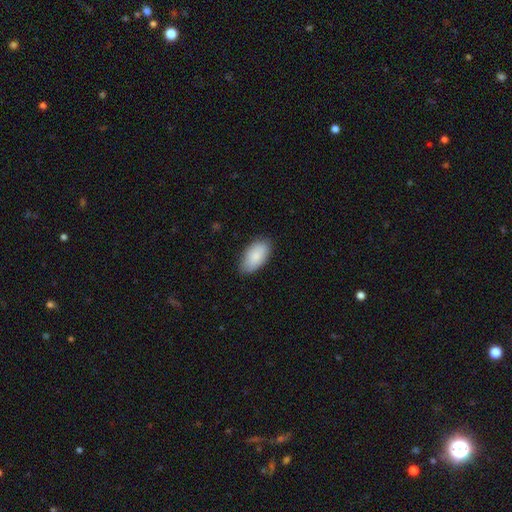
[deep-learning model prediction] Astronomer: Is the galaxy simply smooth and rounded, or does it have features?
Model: smooth — 86%.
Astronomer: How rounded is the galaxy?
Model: in between — 95%.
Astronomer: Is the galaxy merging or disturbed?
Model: none — 82%.